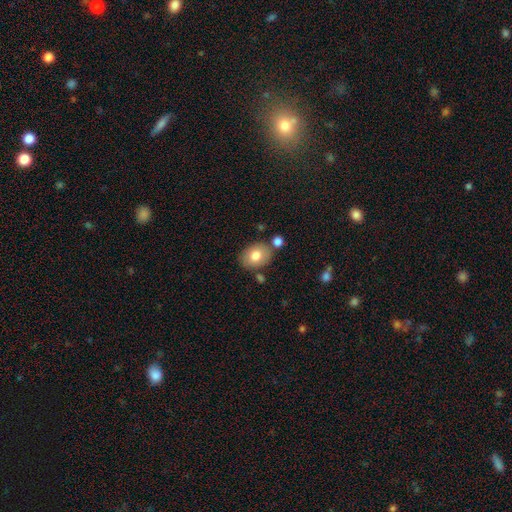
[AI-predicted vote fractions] The model was most divided on "how rounded": in between: 69%, round: 30%, cigar-shaped: 1%. More confident: smooth or featured — smooth (78%); merging — none (75%).